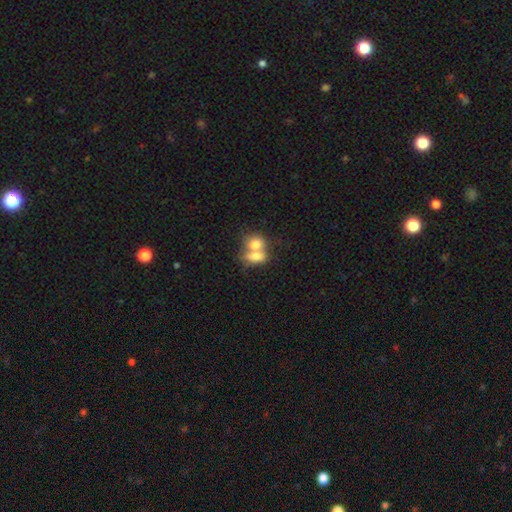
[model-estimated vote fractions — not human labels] A smooth galaxy with no disk features (75%) that is in between round and cigar-shaped (73%). Merging: merger (70%).